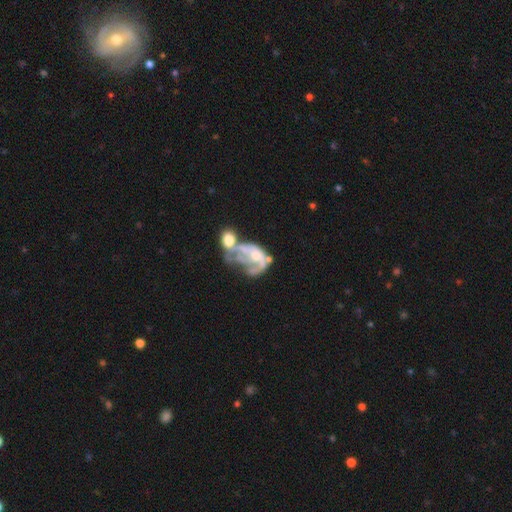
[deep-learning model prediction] featured or disk 69%, smooth 23%, star or artifact 9%. Down the decision tree: edge-on disk — no (97%); bar — no (80%); spiral arms — yes (50%, tied with no); bulge size — moderate (43%); merging — merger (50%).